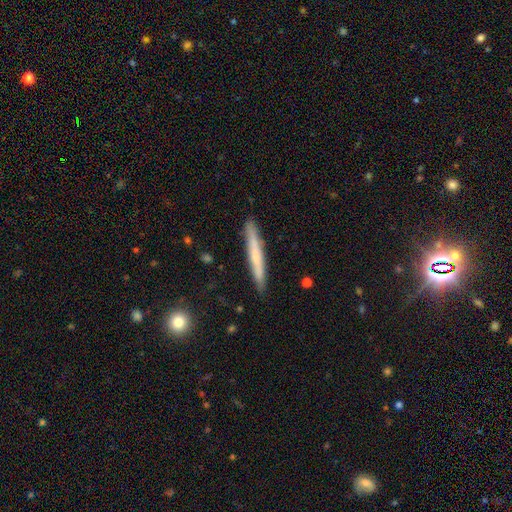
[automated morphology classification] A smooth galaxy with no disk features (57%) that is cigar-shaped (96%). Merging: none (89%).